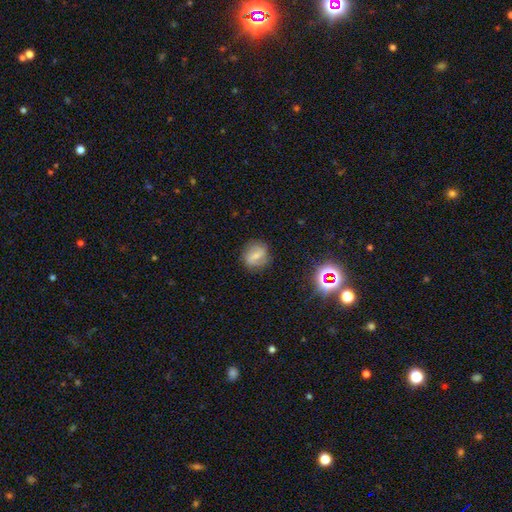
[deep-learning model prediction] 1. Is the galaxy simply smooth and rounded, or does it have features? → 44% smooth (tied), 44% featured or disk (tied), 12% star or artifact.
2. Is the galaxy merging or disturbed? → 79% none, 15% minor disturbance, 5% major disturbance, 2% merger.